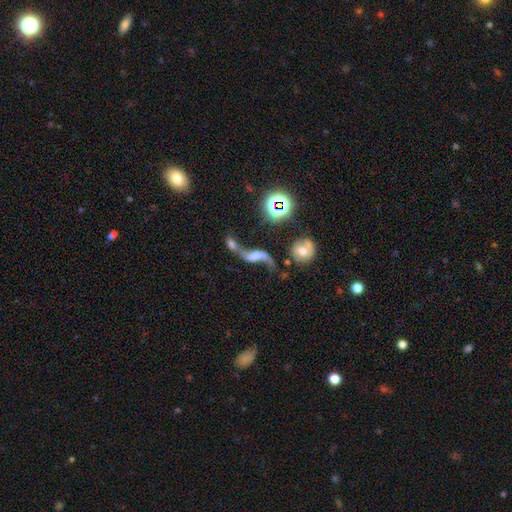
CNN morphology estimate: Smooth or featured: featured or disk — 80% (star or artifact — 11%)
Edge-on disk: no — 92% (yes — 8%)
Bar: no — 41% (weak — 39%)
Spiral arms: yes — 92% (no — 8%)
Spiral winding: loose — 94% (medium — 4%)
Spiral arm count: 2 — 91% (1 — 4%)
Bulge size: moderate — 39% (small — 28%)
Merging: none — 40% (merger — 33%)